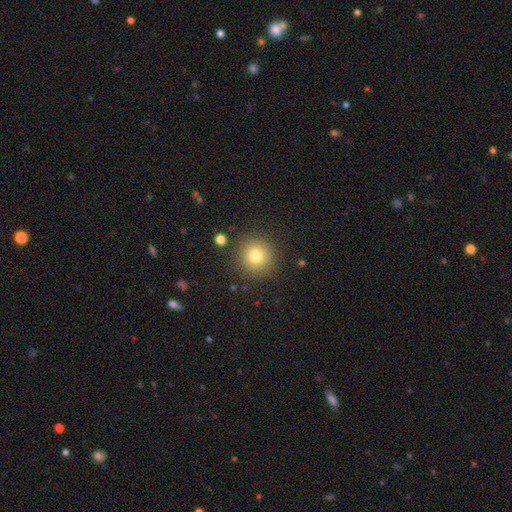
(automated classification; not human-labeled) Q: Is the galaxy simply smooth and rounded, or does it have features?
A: smooth — 78%.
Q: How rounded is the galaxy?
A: round — 95%.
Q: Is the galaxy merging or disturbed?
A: none — 89%.